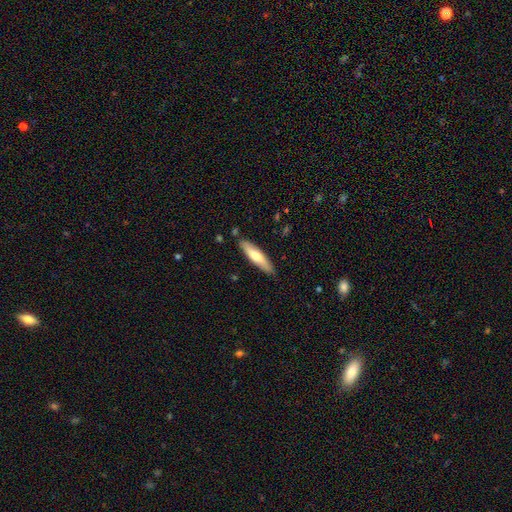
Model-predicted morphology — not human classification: Overall: smooth (64%; featured or disk 31%). How rounded: cigar-shaped (74%). Merging: none (85%).